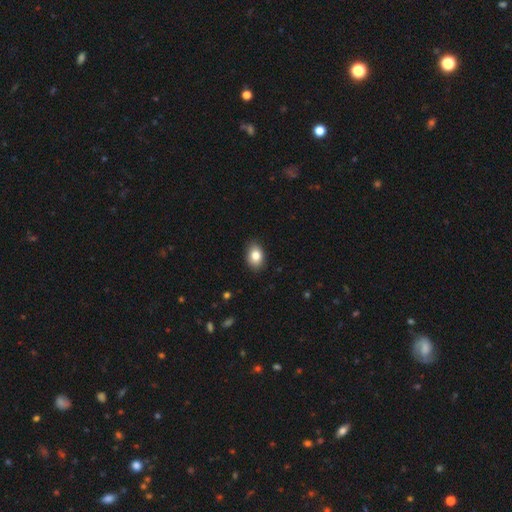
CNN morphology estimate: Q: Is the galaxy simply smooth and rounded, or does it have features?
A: smooth — 83%.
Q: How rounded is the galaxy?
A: in between — 80%.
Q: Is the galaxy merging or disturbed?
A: none — 88%.